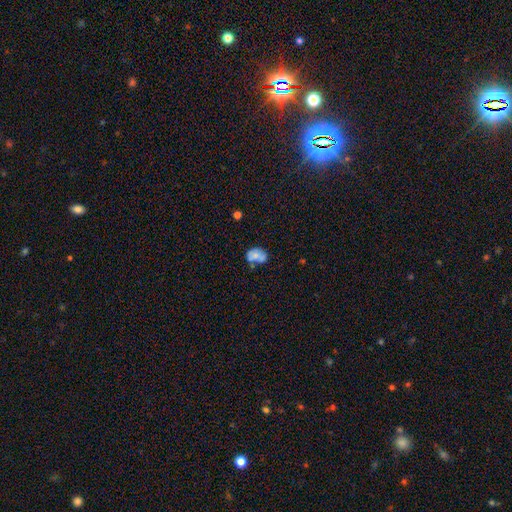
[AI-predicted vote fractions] Morphology: type=smooth (65%); roundness=in between (70%); merging=none (40%).